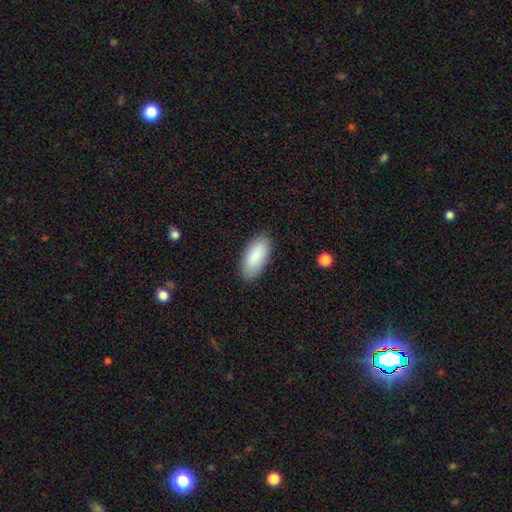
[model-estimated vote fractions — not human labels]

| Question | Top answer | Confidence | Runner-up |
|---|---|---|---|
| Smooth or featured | smooth | 89% | featured or disk (6%) |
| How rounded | in between | 92% | cigar-shaped (6%) |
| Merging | none | 87% | minor disturbance (10%) |